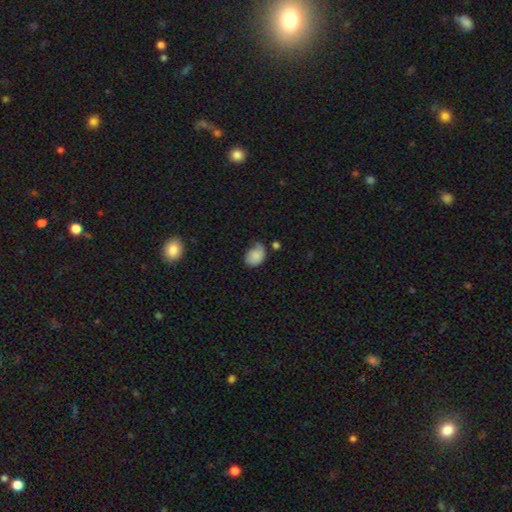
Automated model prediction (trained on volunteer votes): Overall: smooth (80%). How rounded: in between (67%; round 32%). Merging: minor disturbance (43%; none 37%).